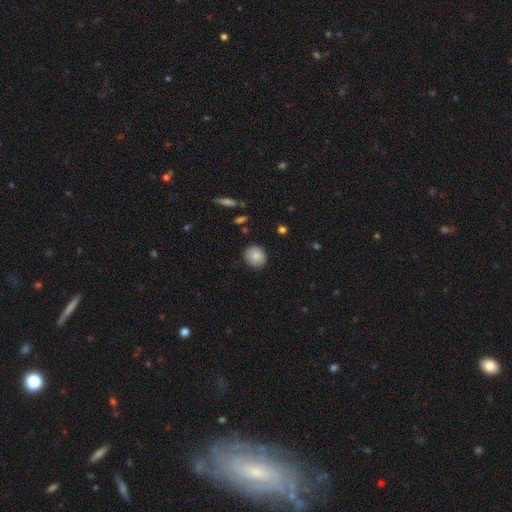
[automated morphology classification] Smooth or featured?
  - smooth: 85% *
  - star or artifact: 8%
  - featured or disk: 8%
How rounded?
  - round: 83% *
  - in between: 16%
  - cigar-shaped: 1%
Merging?
  - none: 88% *
  - minor disturbance: 9%
  - major disturbance: 2%
  - merger: 1%